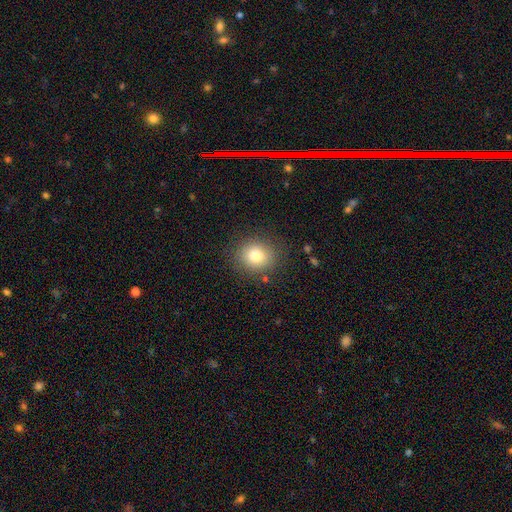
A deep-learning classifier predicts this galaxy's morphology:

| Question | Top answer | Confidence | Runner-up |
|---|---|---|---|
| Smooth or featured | smooth | 79% | star or artifact (11%) |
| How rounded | round | 78% | in between (21%) |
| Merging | none | 85% | minor disturbance (9%) |